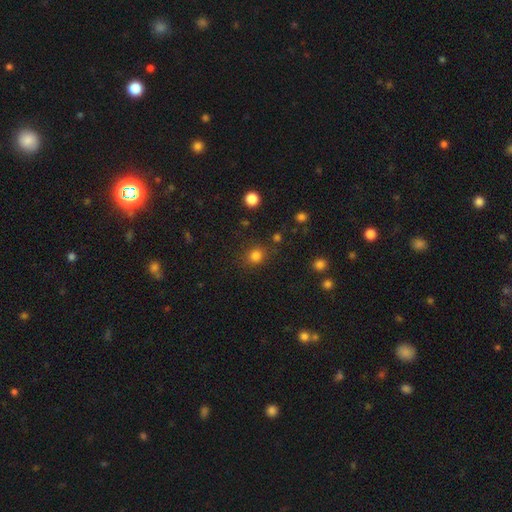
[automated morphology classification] The model was most divided on "how rounded": round: 81%, in between: 18%, cigar-shaped: 1%. More confident: merging — none (83%); smooth or featured — smooth (81%).